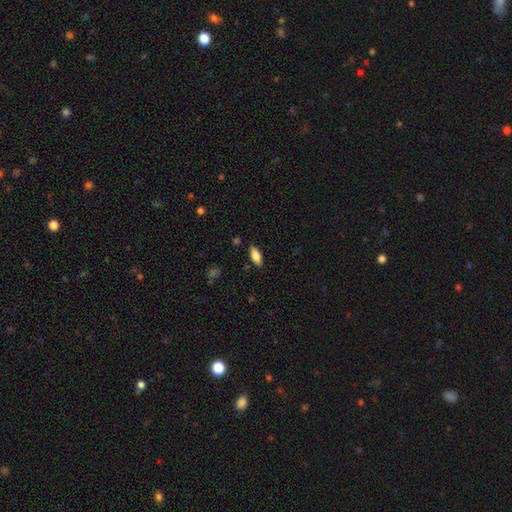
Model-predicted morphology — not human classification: smooth-or-featured: smooth: 78% | featured or disk: 15% | star or artifact: 7%
  how-rounded: in between: 79% | cigar-shaped: 18% | round: 2%
  merging: none: 86% | minor disturbance: 10% | major disturbance: 2% | merger: 1%